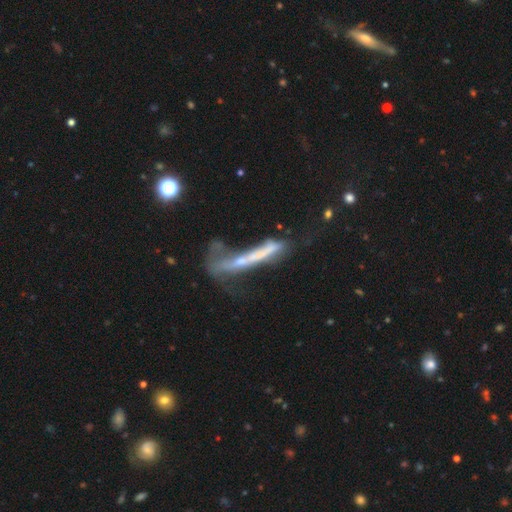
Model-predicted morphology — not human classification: Q: Smooth or featured?
A: featured or disk (57%); runner-up: smooth (32%)
Q: Edge-on disk?
A: yes (70%); runner-up: no (30%)
Q: Merging?
A: major disturbance (35%); runner-up: none (28%)